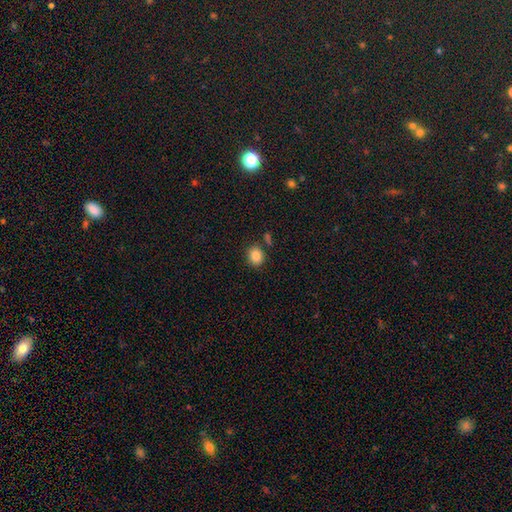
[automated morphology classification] The model was most divided on "how rounded": round: 62%, in between: 37%, cigar-shaped: 1%. More confident: smooth or featured — smooth (86%); merging — none (80%).